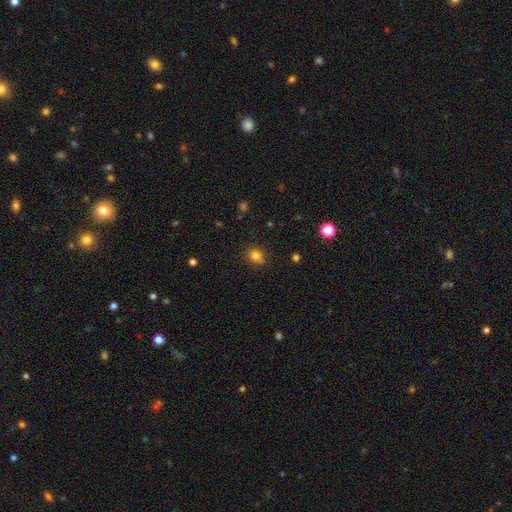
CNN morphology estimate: Overall: smooth (80%). How rounded: round (66%; in between 33%). Merging: none (77%).